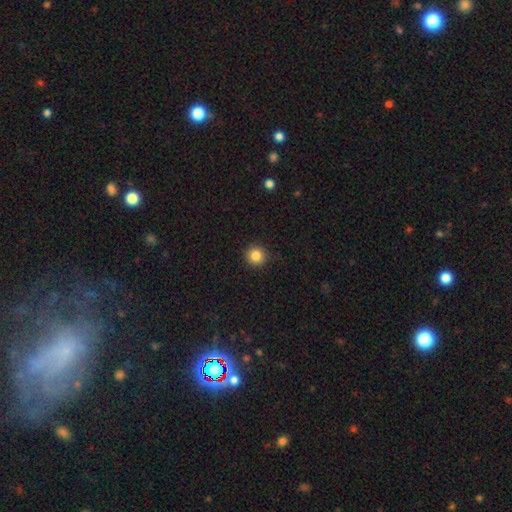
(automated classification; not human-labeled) Morphology: type=smooth (85%); roundness=round (94%); merging=none (91%).